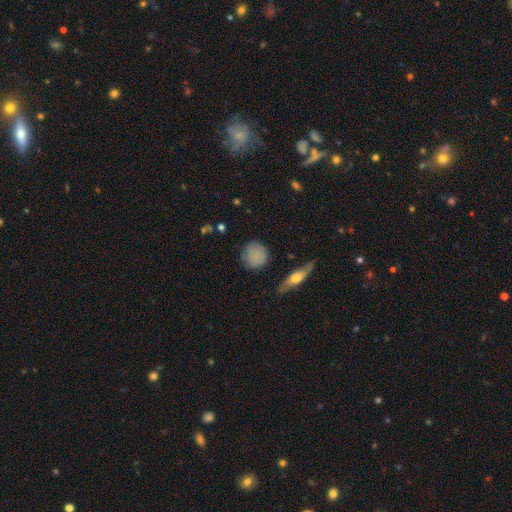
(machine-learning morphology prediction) smooth_or_featured: smooth (p=0.80) [alt: featured or disk p=0.12]
how_rounded: round (p=0.87) [alt: in between p=0.11]
merging: none (p=0.80) [alt: minor disturbance p=0.14]